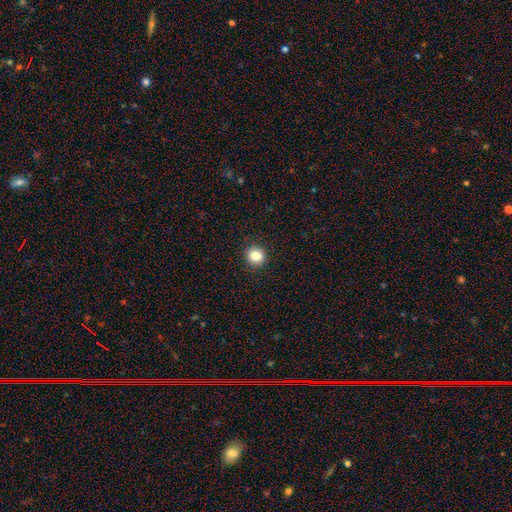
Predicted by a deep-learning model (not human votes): Smooth or featured? Predicted: smooth (p=0.84). How rounded? Predicted: round (p=0.87). Merging? Predicted: none (p=0.92).